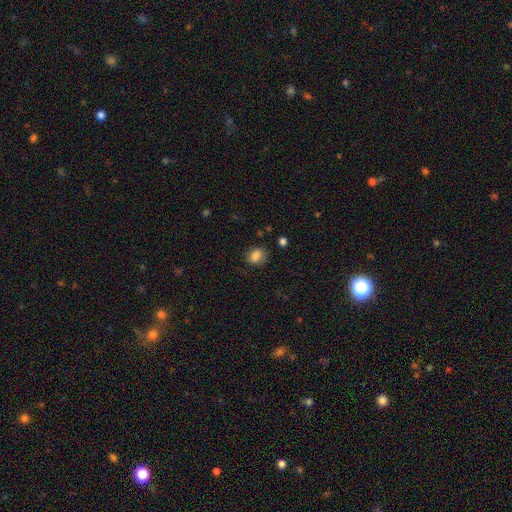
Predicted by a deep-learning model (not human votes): Smooth or featured?
  - smooth: 83% *
  - star or artifact: 10%
  - featured or disk: 7%
How rounded?
  - in between: 60% *
  - round: 38%
  - cigar-shaped: 1%
Merging?
  - none: 74% *
  - minor disturbance: 19%
  - major disturbance: 6%
  - merger: 2%